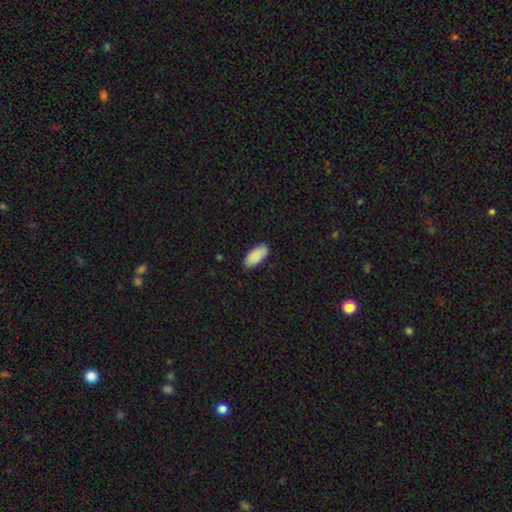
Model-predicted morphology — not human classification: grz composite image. It shows a smooth galaxy with no disk features (89%) that is in between round and cigar-shaped (91%). Merging: none (83%).